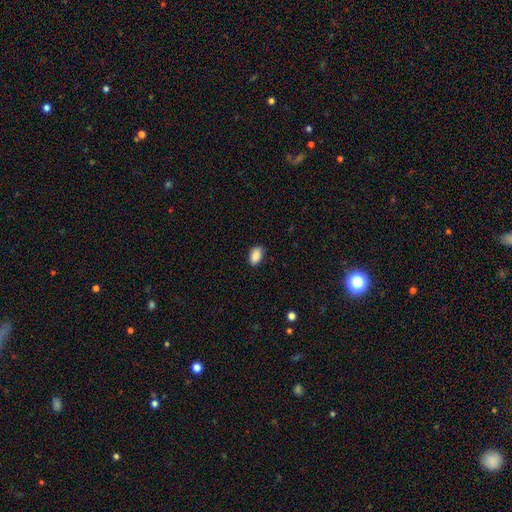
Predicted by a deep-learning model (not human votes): Q: Smooth or featured?
A: smooth (89%); runner-up: star or artifact (7%)
Q: How rounded?
A: in between (92%); runner-up: round (6%)
Q: Merging?
A: none (87%); runner-up: minor disturbance (10%)